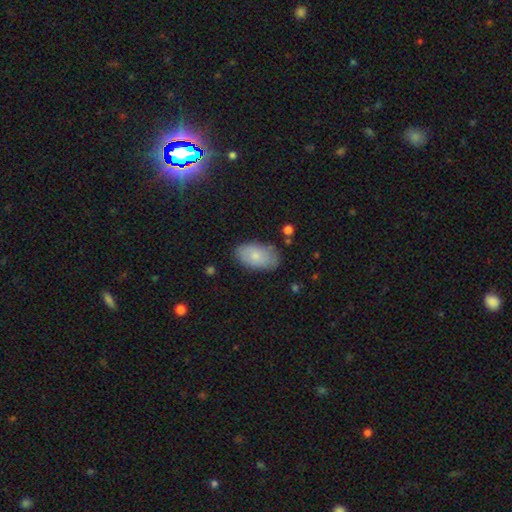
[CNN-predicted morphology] Smooth or featured: smooth — 78% (featured or disk — 15%)
How rounded: in between — 94% (round — 4%)
Merging: none — 79% (minor disturbance — 16%)